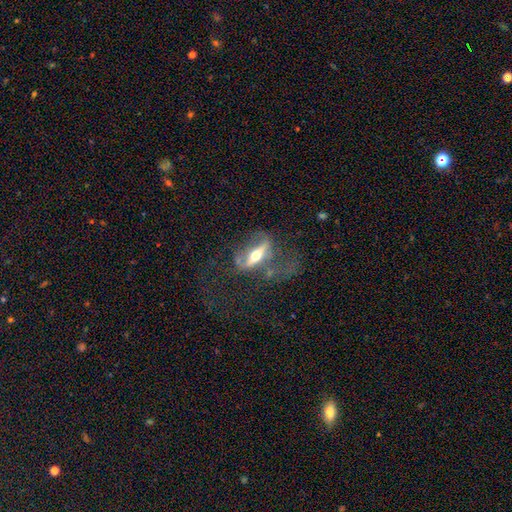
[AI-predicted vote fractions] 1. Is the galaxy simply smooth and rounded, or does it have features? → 65% featured or disk, 28% smooth, 7% star or artifact.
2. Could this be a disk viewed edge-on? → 60% yes, 40% no.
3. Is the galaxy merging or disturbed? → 43% major disturbance, 32% none, 19% minor disturbance, 6% merger.